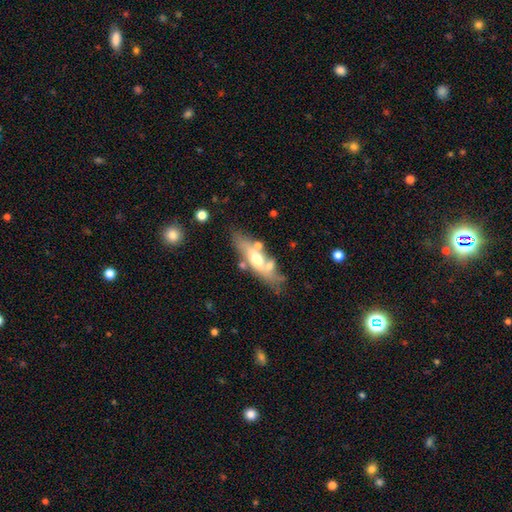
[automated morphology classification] This appears to be a featured or disk galaxy (54%) viewed edge-on (56%). Merging: none (64%).